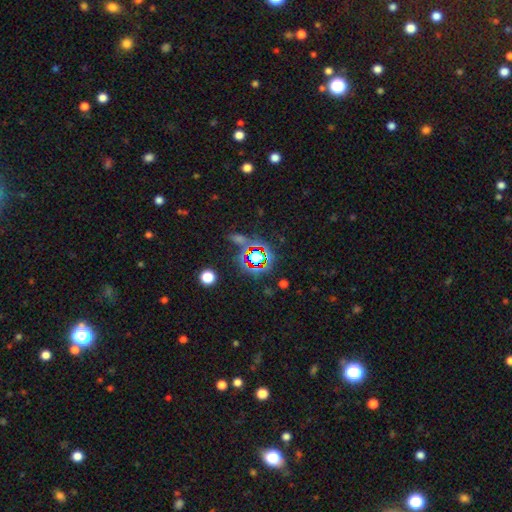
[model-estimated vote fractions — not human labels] This is likely a star or artifact rather than a galaxy (71%).